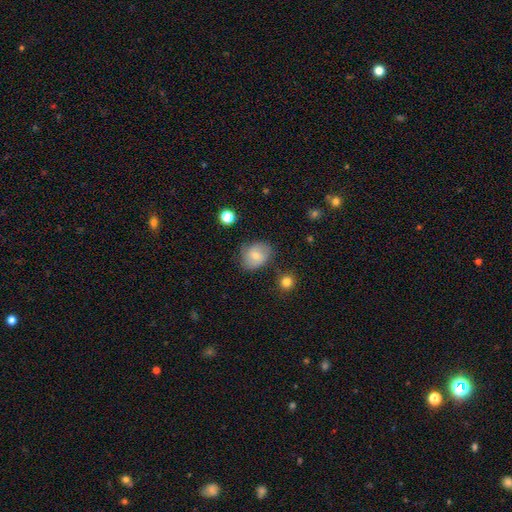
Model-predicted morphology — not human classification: This appears to be a smooth galaxy with no disk features (60%) that is round (52%). Merging: none (67%).